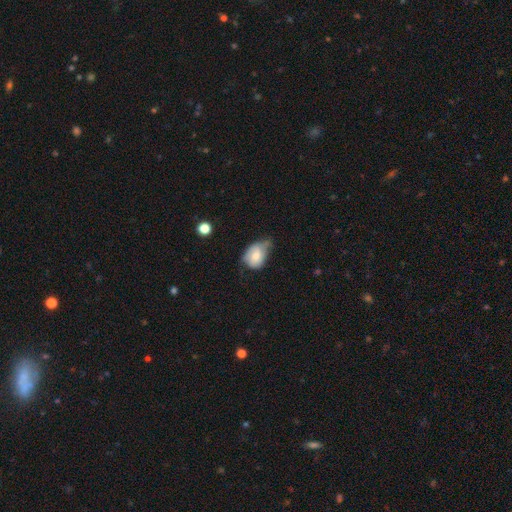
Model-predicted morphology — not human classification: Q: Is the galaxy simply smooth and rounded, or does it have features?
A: smooth — 66%.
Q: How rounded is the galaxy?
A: in between — 69%.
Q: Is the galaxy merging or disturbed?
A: minor disturbance — 47%.